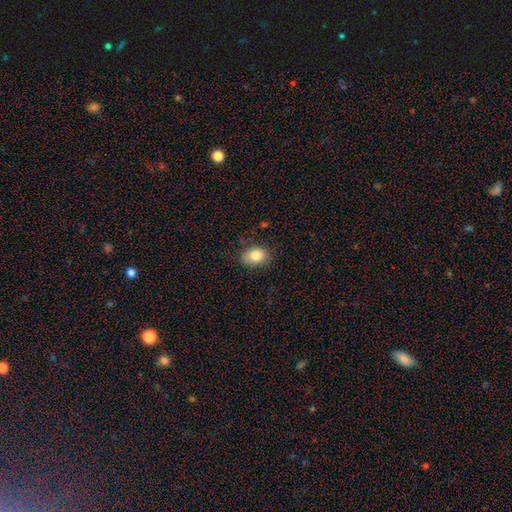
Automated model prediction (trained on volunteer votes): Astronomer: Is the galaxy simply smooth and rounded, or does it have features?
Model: smooth — 83%.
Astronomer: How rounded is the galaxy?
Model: in between — 69%.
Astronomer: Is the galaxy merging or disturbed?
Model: none — 81%.